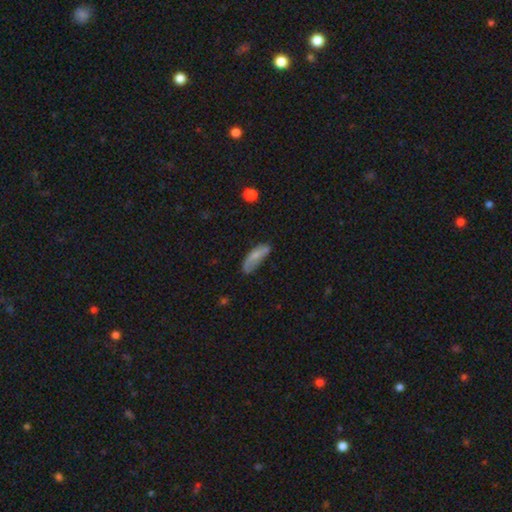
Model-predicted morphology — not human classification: This appears to be a smooth galaxy with no disk features (61%) that is in between round and cigar-shaped (66%). Merging: none (48%).